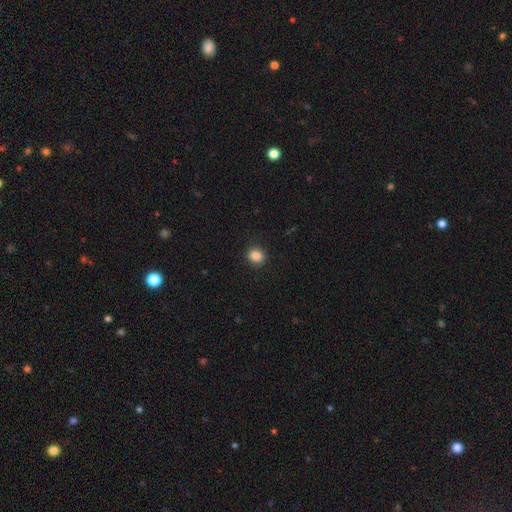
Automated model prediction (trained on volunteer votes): Smooth or featured: smooth — 86% (star or artifact — 10%)
How rounded: round — 79% (in between — 20%)
Merging: none — 89% (minor disturbance — 8%)